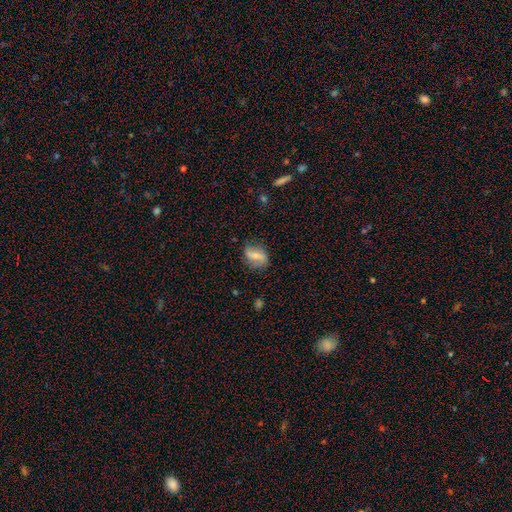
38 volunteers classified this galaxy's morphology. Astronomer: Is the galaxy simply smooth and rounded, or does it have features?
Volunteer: featured or disk — 66%.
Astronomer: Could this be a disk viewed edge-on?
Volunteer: no — 92%.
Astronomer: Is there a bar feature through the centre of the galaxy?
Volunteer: strong — 57%.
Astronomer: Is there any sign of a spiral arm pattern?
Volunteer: yes — 87%.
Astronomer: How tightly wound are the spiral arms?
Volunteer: loose — 55% (runner-up: medium, 40%).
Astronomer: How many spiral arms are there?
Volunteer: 2 — 95%.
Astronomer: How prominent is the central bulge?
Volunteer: moderate — 57% (runner-up: small, 35%).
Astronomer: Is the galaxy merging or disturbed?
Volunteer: none — 59%.